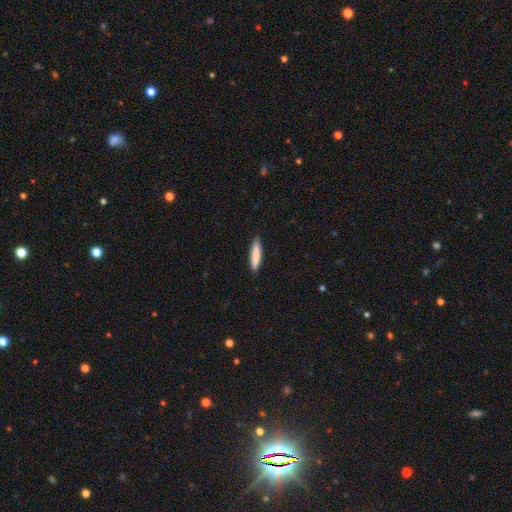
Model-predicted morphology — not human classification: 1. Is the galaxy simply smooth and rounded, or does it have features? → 84% smooth, 10% featured or disk, 6% star or artifact.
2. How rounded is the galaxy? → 86% cigar-shaped, 13% in between, 1% round.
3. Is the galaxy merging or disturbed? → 87% none, 10% minor disturbance, 2% major disturbance, 1% merger.